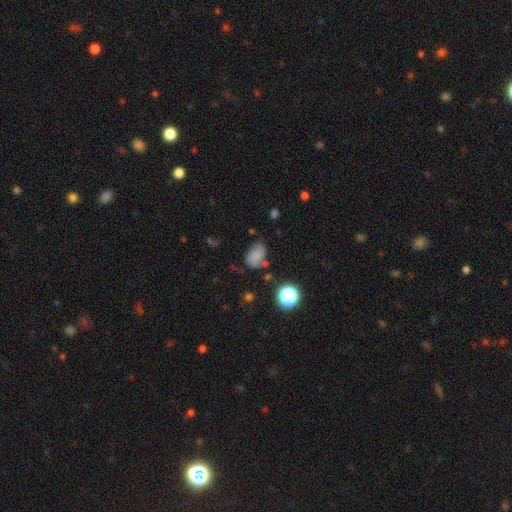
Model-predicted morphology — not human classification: type=smooth (73%); roundness=in between (73%); merging=none (55%).